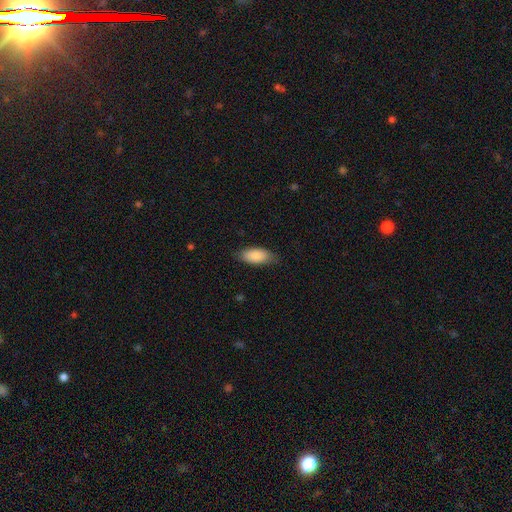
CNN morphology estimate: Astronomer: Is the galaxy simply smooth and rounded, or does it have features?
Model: smooth — 87%.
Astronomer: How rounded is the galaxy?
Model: in between — 88%.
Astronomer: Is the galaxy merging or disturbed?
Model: none — 77%.